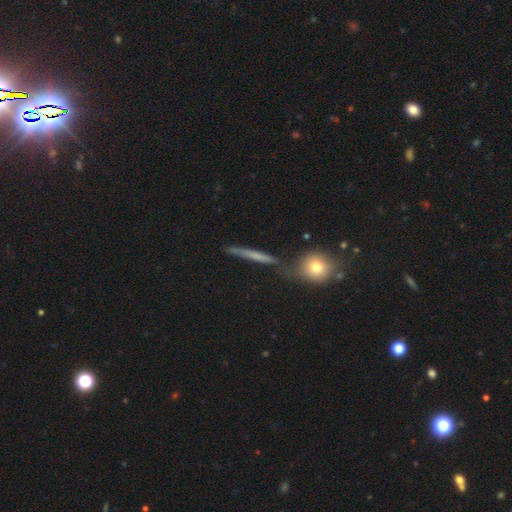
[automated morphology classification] This appears to be a smooth galaxy with no disk features (53%) that is cigar-shaped (90%). Merging: none (76%).